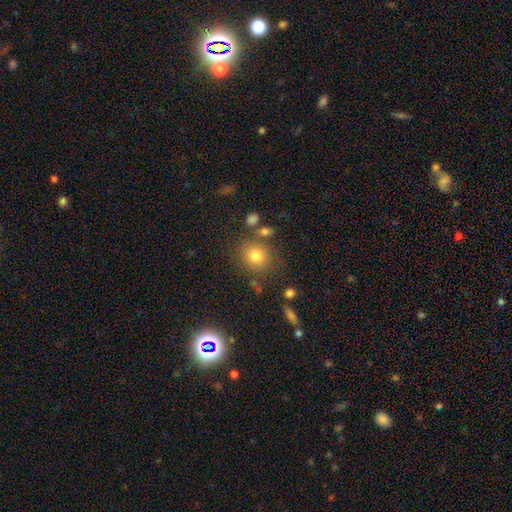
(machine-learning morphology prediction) This appears to be a smooth galaxy with no disk features (79%) that is round (82%). Merging: none (73%).